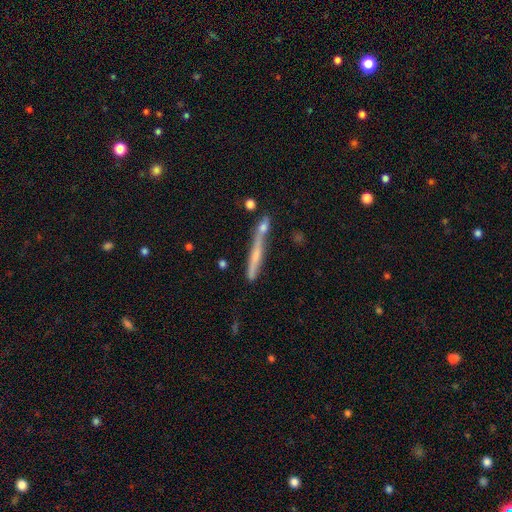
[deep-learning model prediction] Smooth or featured? Predicted: featured or disk (p=0.50). Merging? Predicted: none (p=0.55).